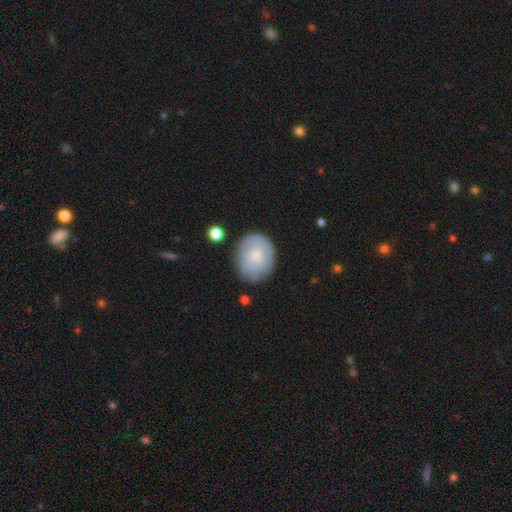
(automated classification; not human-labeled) Smooth or featured: smooth — 63% (featured or disk — 31%)
How rounded: round — 58% (in between — 41%)
Merging: none — 71% (minor disturbance — 21%)